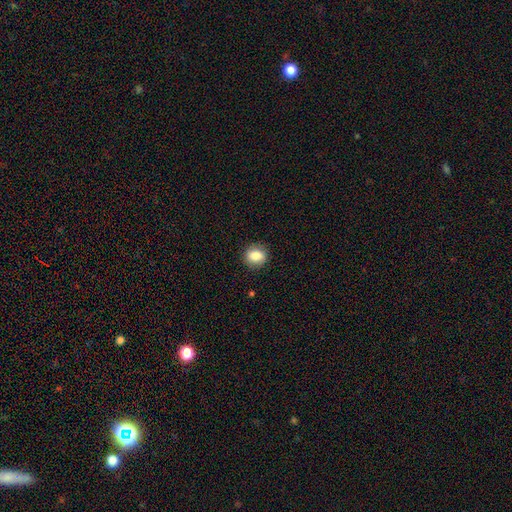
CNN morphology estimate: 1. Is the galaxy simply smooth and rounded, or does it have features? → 84% smooth, 9% star or artifact, 8% featured or disk.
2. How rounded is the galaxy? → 62% round, 36% in between, 1% cigar-shaped.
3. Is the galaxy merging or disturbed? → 87% none, 9% minor disturbance, 2% major disturbance, 1% merger.